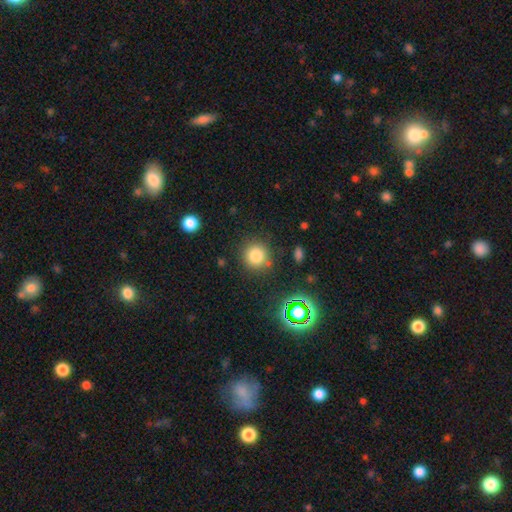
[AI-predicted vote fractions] Smooth or featured: smooth — 79% (star or artifact — 15%)
How rounded: round — 92% (in between — 7%)
Merging: none — 82% (minor disturbance — 10%)